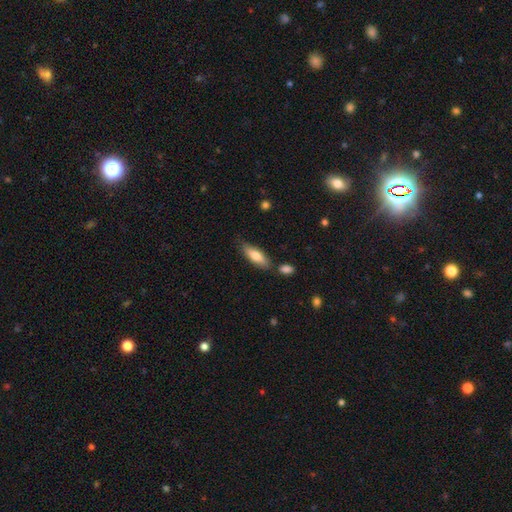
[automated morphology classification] smooth 73%, featured or disk 21%, star or artifact 6%. Down the decision tree: how rounded — in between (59%); merging — none (73%).